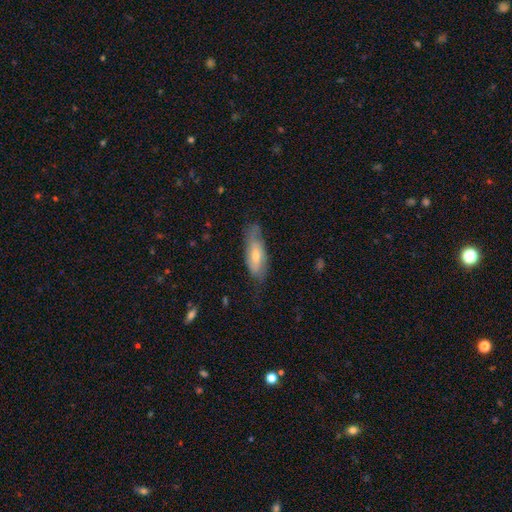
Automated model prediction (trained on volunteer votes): Morphology: type=smooth (54%); roundness=in between (68%); merging=none (60%).